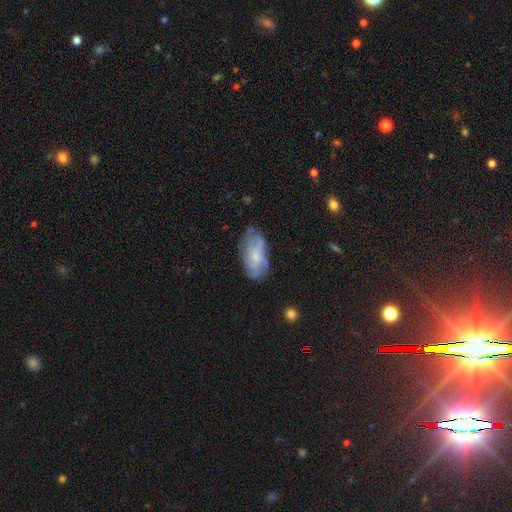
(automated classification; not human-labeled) smooth_or_featured: featured or disk (p=0.56) [alt: smooth p=0.36]
disk_edge_on: no (p=0.93) [alt: yes p=0.07]
bar: no (p=0.72) [alt: weak p=0.25]
has_spiral_arms: yes (p=0.73) [alt: no p=0.27]
bulge_size: small (p=0.63) [alt: moderate p=0.23]
merging: none (p=0.65) [alt: minor disturbance p=0.24]